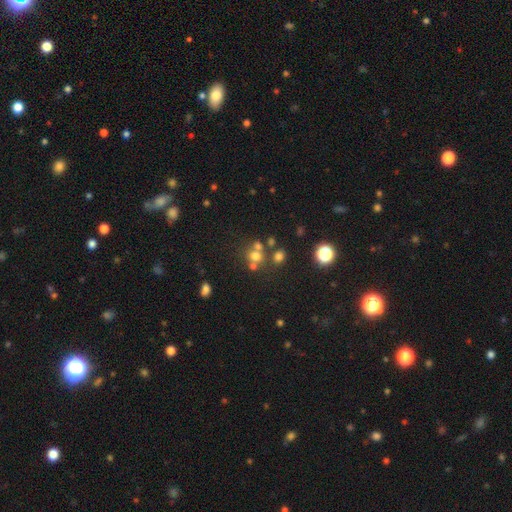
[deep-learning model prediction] Q: Smooth or featured?
A: smooth (62%); runner-up: star or artifact (24%)
Q: How rounded?
A: round (79%); runner-up: in between (20%)
Q: Merging?
A: none (52%); runner-up: merger (34%)